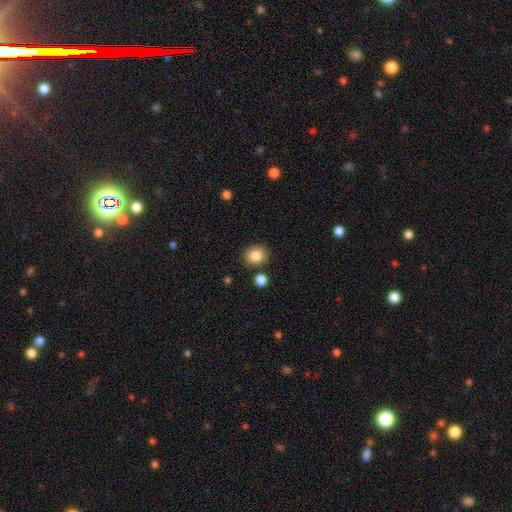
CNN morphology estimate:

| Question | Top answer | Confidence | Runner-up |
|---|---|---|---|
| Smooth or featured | smooth | 84% | star or artifact (9%) |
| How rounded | round | 73% | in between (26%) |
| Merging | none | 84% | minor disturbance (9%) |